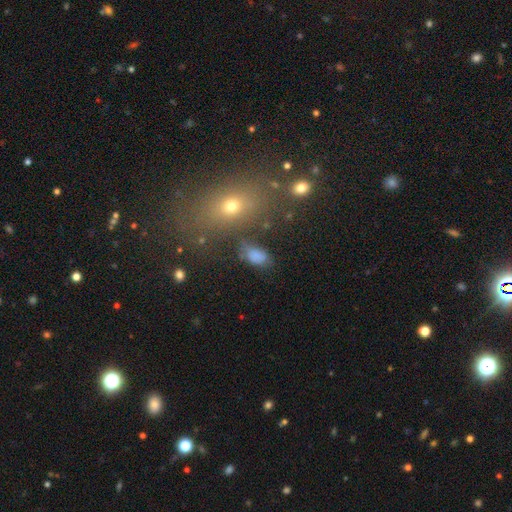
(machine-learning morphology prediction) smooth_or_featured: smooth (p=0.74) [alt: star or artifact p=0.15]
how_rounded: in between (p=0.86) [alt: round p=0.11]
merging: none (p=0.50) [alt: minor disturbance p=0.25]